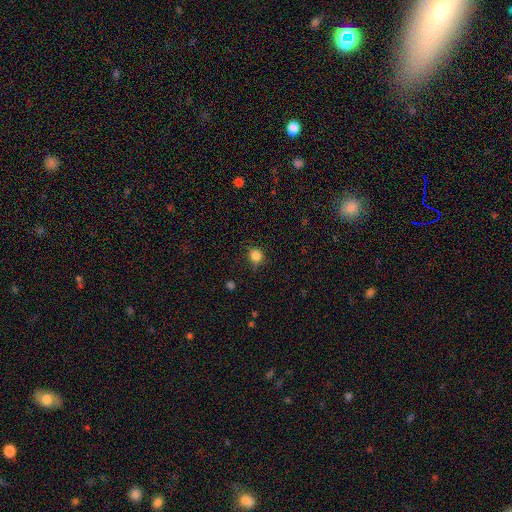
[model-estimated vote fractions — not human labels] smooth-or-featured: smooth: 83% | star or artifact: 12% | featured or disk: 5%
  how-rounded: round: 84% | in between: 15% | cigar-shaped: 1%
  merging: none: 79% | minor disturbance: 16% | major disturbance: 4% | merger: 1%